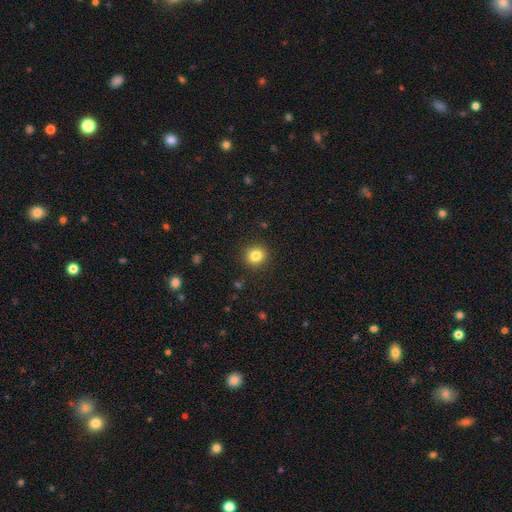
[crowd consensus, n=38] Overall: smooth (92%). How rounded: round (94%). Merging: none (92%).